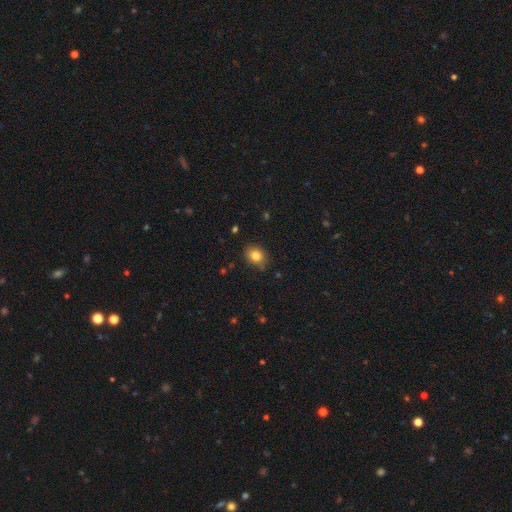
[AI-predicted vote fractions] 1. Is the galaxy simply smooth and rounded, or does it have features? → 83% smooth, 10% star or artifact, 7% featured or disk.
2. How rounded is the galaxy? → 54% round, 45% in between, 1% cigar-shaped.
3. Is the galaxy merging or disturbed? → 83% none, 13% minor disturbance, 3% major disturbance, 1% merger.